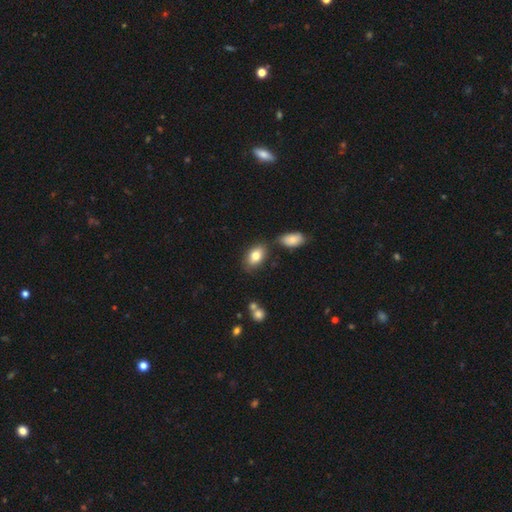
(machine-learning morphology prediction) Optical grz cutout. It shows a smooth galaxy with no disk features (81%) that is in between round and cigar-shaped (91%). Merging: none (72%).